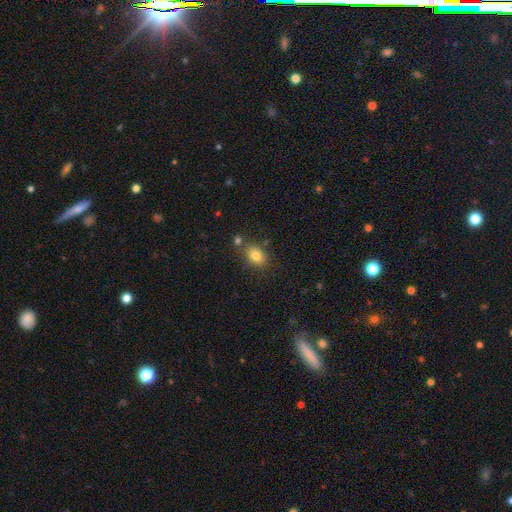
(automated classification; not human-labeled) A smooth galaxy with no disk features (82%) that is in between round and cigar-shaped (74%). Merging: none (72%).